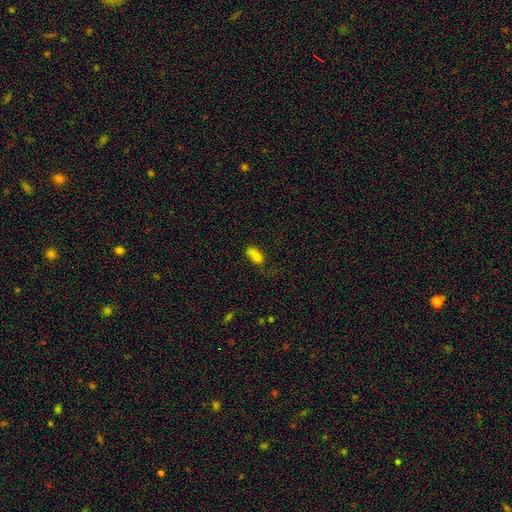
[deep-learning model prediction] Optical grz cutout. It shows a smooth galaxy with no disk features (80%) that is in between round and cigar-shaped (83%). Merging: none (49%).